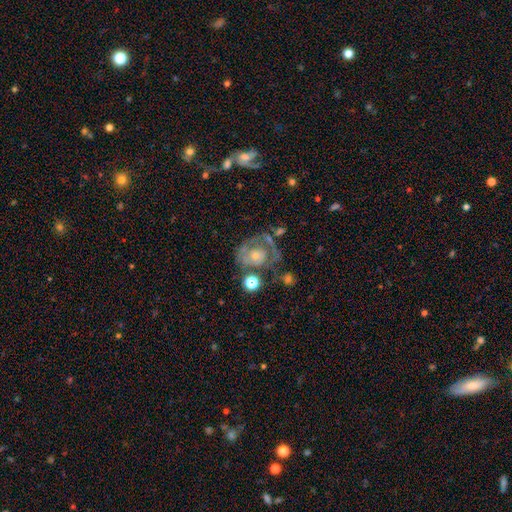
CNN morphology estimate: The model was most divided on "bulge size": small: 47%, moderate: 42%, none: 6%, large: 5%, dominant: 2%. Remaining: edge-on disk — no (97%); bar — no (81%); smooth or featured — featured or disk (71%); spiral arms — yes (68%); merging — none (50%).